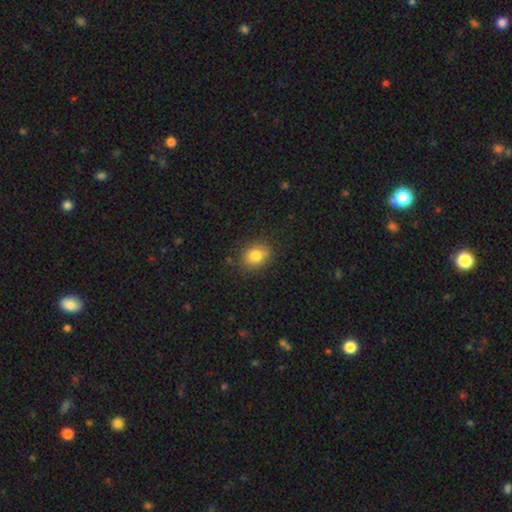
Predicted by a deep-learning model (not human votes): This is clearly a smooth galaxy (82%). How rounded: possibly round (50%). Merging: clearly none (83%).